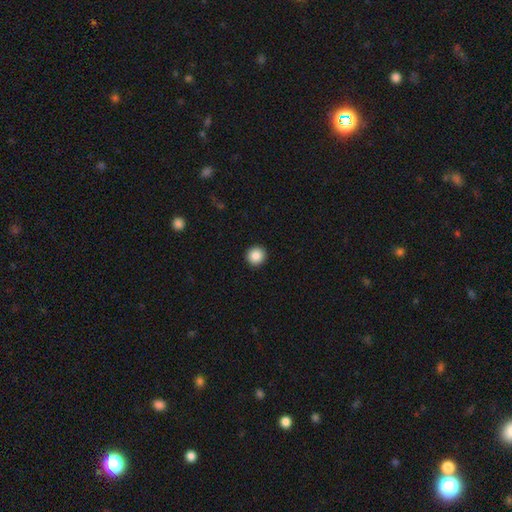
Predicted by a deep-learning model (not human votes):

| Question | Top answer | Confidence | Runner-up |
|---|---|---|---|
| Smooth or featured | smooth | 88% | star or artifact (9%) |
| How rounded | round | 95% | in between (4%) |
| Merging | none | 94% | minor disturbance (4%) |